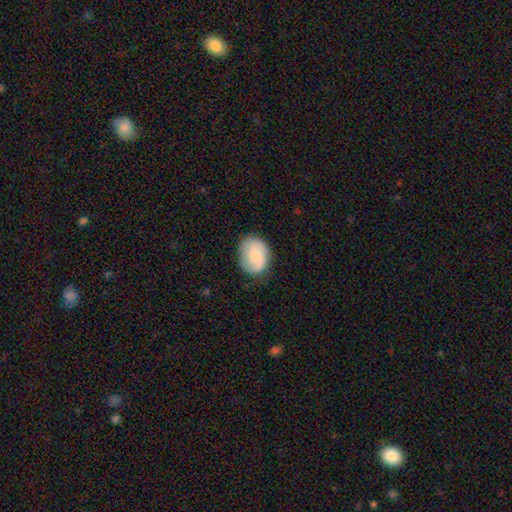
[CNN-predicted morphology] Smooth or featured: smooth — 71% (featured or disk — 22%)
How rounded: in between — 56% (round — 43%)
Merging: none — 70% (minor disturbance — 22%)